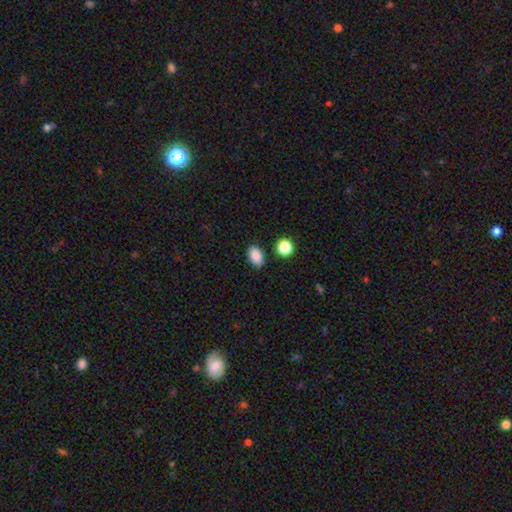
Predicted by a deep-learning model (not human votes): Smooth or featured: smooth — 87% (star or artifact — 9%)
How rounded: in between — 86% (round — 13%)
Merging: none — 84% (minor disturbance — 10%)